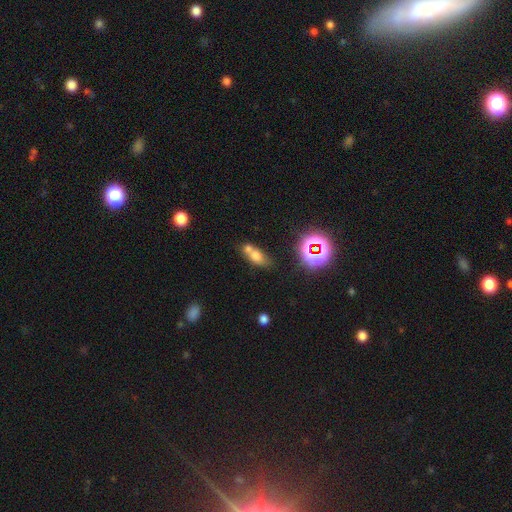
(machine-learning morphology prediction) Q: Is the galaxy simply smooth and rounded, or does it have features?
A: smooth — 61%.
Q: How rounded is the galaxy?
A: in between — 67%.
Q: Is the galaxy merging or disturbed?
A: merger — 46%.